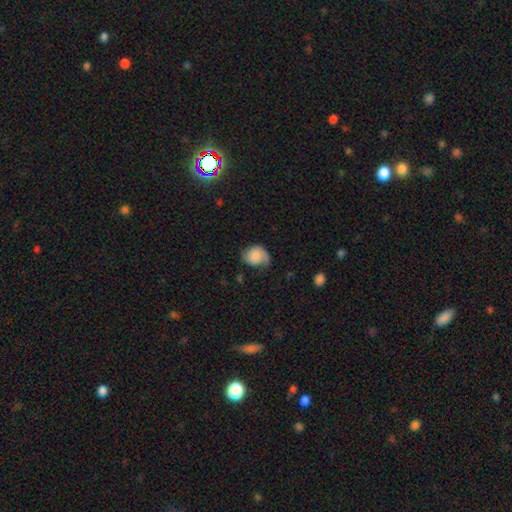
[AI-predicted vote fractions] Morphology: type=smooth (59%); roundness=round (53%); merging=none (47%).